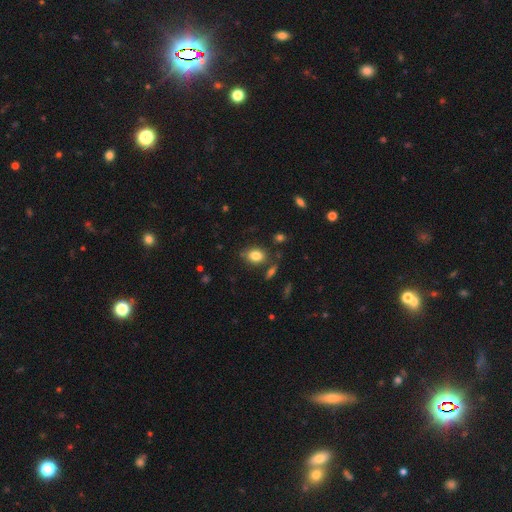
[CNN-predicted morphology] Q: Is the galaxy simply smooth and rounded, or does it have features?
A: smooth — 82%.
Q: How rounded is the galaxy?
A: in between — 63%.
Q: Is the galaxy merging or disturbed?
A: none — 76%.